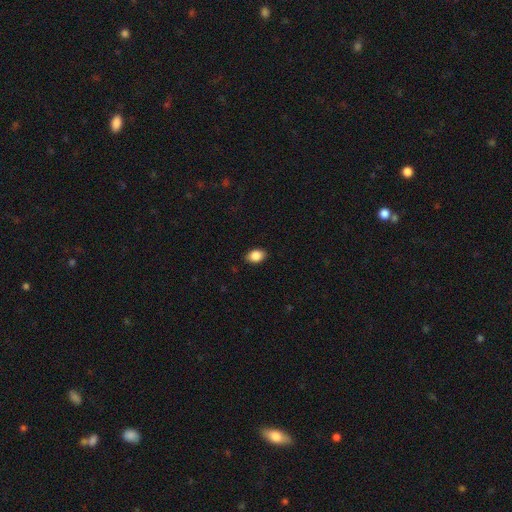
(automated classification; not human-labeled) Smooth or featured? smooth (88%)
How rounded? in between (82%)
Merging? none (89%)